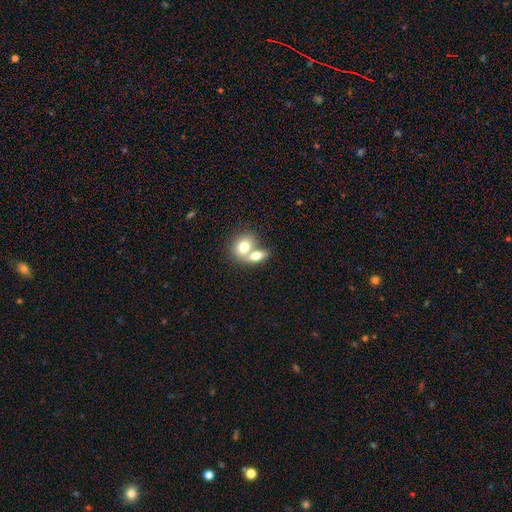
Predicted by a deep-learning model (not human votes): This appears to be a smooth galaxy with no disk features (73%) that is in between round and cigar-shaped (74%). Merging: merger (66%).